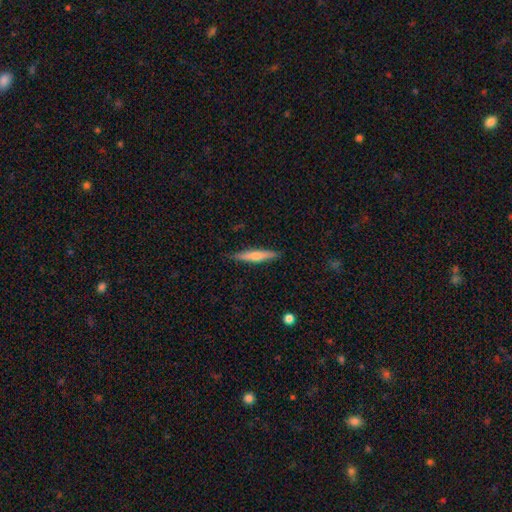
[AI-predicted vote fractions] Smooth or featured?
  - featured or disk: 50% *
  - smooth: 44%
  - star or artifact: 6%
Edge-on disk?
  - yes: 95% *
  - no: 5%
Merging?
  - none: 88% *
  - minor disturbance: 9%
  - major disturbance: 2%
  - merger: 1%